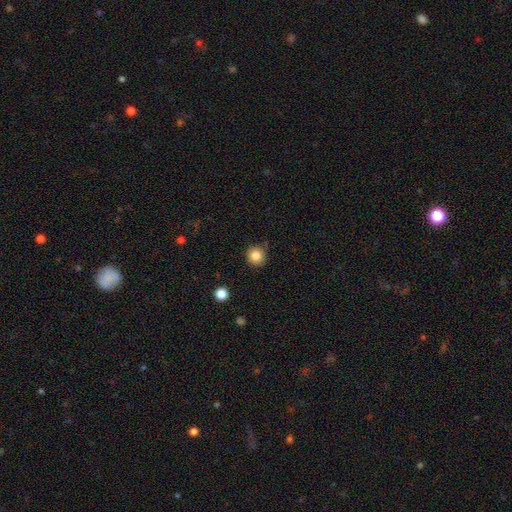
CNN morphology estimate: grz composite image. It shows a smooth galaxy with no disk features (83%) that is round (93%). Merging: none (85%).